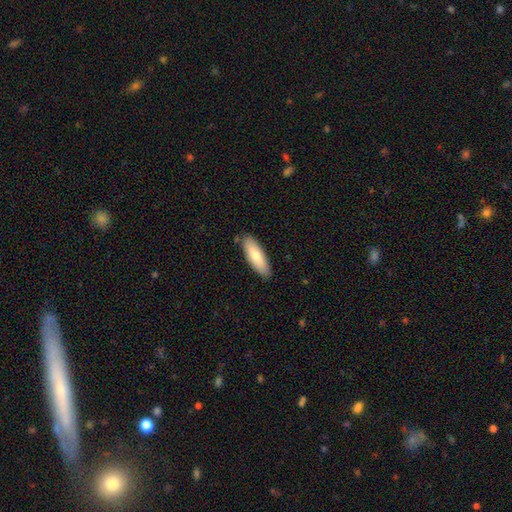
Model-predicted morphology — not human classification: smooth-or-featured: smooth: 74% | featured or disk: 21% | star or artifact: 5%
  how-rounded: in between: 60% | cigar-shaped: 38% | round: 2%
  merging: none: 86% | minor disturbance: 11% | major disturbance: 2% | merger: 2%